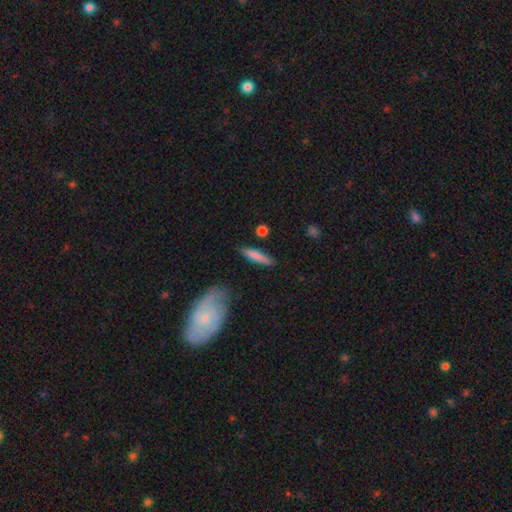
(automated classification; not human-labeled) The model was most divided on "smooth or featured": smooth: 76%, featured or disk: 18%, star or artifact: 6%. More confident: how rounded — cigar-shaped (84%); merging — none (82%).